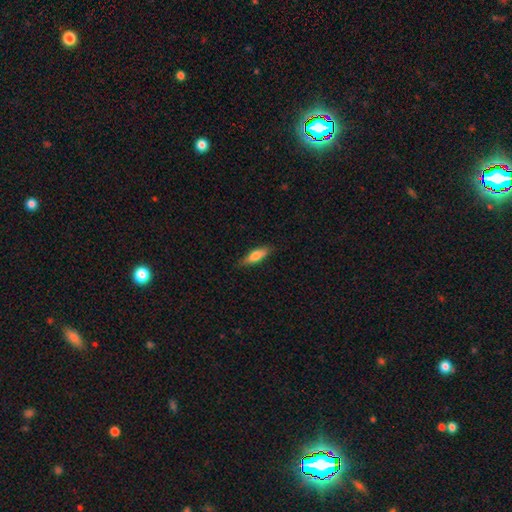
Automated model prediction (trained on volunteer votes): Morphology: type=smooth (76%); roundness=cigar-shaped (50%); merging=none (82%).